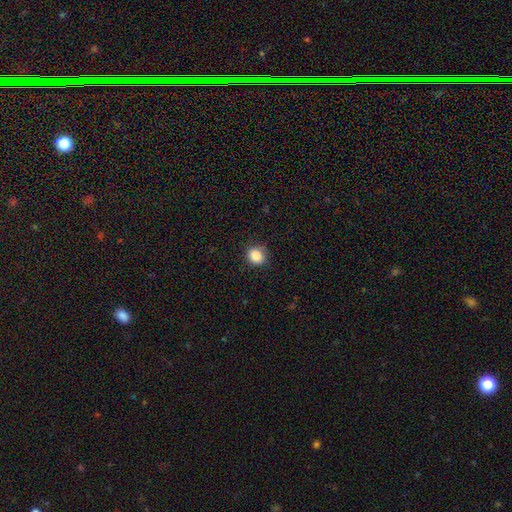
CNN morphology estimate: Smooth or featured? smooth (86%)
How rounded? round (73%)
Merging? none (82%)